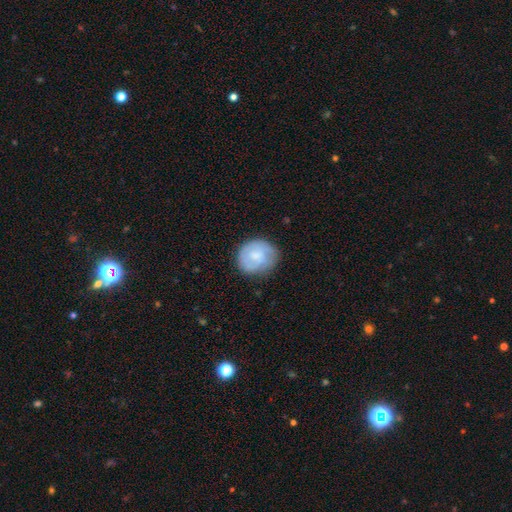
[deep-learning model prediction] This is likely a smooth galaxy (60%). How rounded: likely round (74%). Merging: likely none (73%).